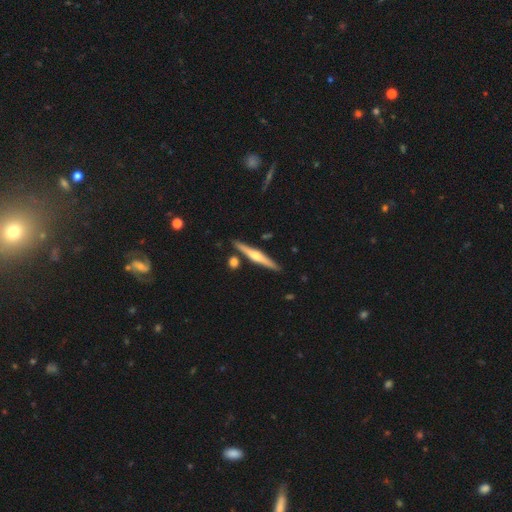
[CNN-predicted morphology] A featured or disk galaxy (67%) viewed edge-on (98%) with a rounded central bulge (87%).

Vote fractions:
- Smooth or featured? featured or disk: 67% / smooth: 27% / star or artifact: 5%
- Edge-on disk? yes: 98% / no: 2%
- Edge-on bulge? rounded: 87% / none: 7% / boxy: 6%
- Merging? none: 86% / minor disturbance: 7% / merger: 5% / major disturbance: 2%